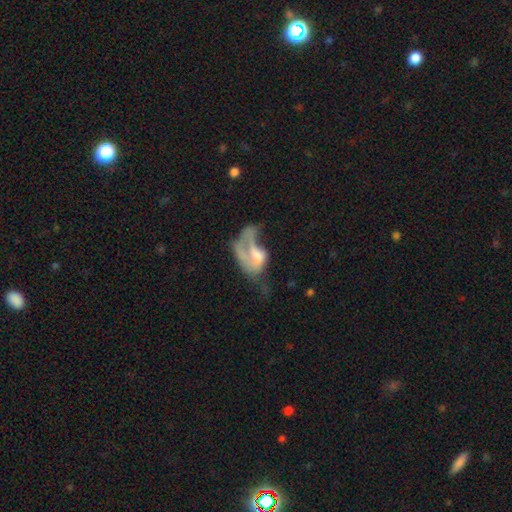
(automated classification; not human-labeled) The model was most divided on "bulge size": moderate: 37%, none: 24%, small: 24%, large: 13%, dominant: 3%. More confident: edge-on disk — no (95%); bar — no (72%); spiral arms — no (62%); smooth or featured — featured or disk (54%); merging — major disturbance (53%).